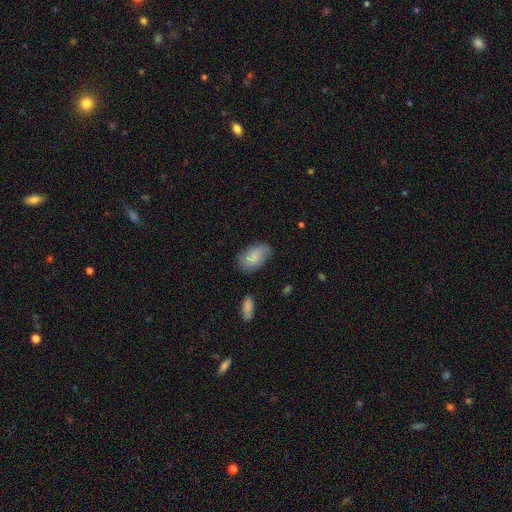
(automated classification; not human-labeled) This appears to be a smooth galaxy with no disk features (72%) that is in between round and cigar-shaped (91%). Merging: none (72%).